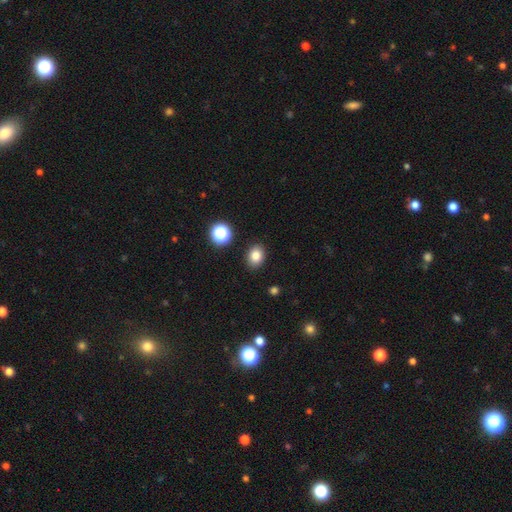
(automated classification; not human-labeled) Smooth or featured?
  - smooth: 82% *
  - star or artifact: 12%
  - featured or disk: 7%
How rounded?
  - in between: 57% *
  - round: 42%
  - cigar-shaped: 1%
Merging?
  - none: 89% *
  - minor disturbance: 7%
  - major disturbance: 2%
  - merger: 2%